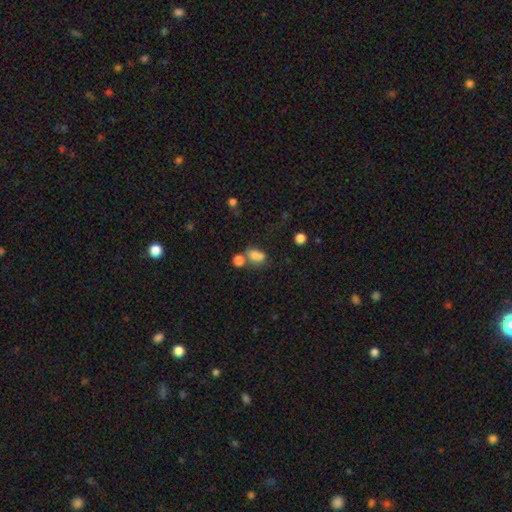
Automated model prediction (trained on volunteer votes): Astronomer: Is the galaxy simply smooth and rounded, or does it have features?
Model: smooth — 74%.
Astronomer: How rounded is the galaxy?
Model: in between — 69%.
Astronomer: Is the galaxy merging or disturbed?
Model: merger — 45% (runner-up: none, 32%).